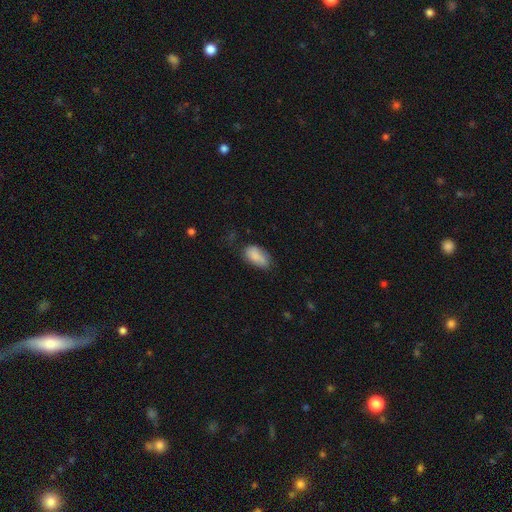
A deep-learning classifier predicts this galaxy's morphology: smooth_or_featured: smooth (p=0.82) [alt: featured or disk p=0.10]
how_rounded: in between (p=0.92) [alt: round p=0.05]
merging: none (p=0.55) [alt: minor disturbance p=0.32]